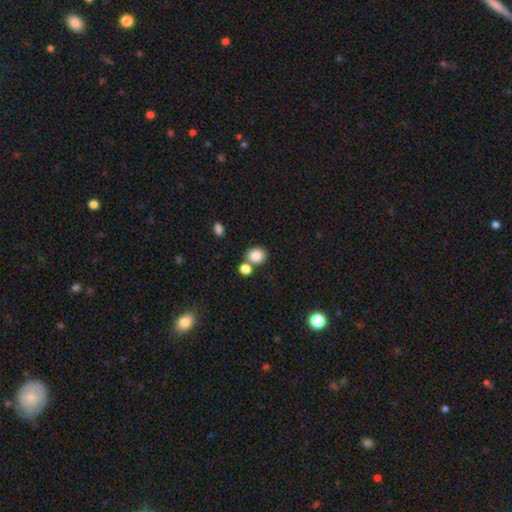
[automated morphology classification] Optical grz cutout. It shows a smooth galaxy with no disk features (85%) that is round (74%). Merging: none (67%).